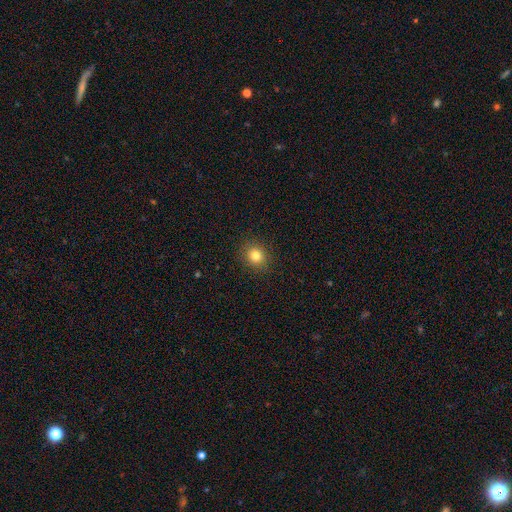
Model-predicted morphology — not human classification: This is clearly a smooth galaxy (81%). How rounded: clearly round (81%). Merging: clearly none (90%).